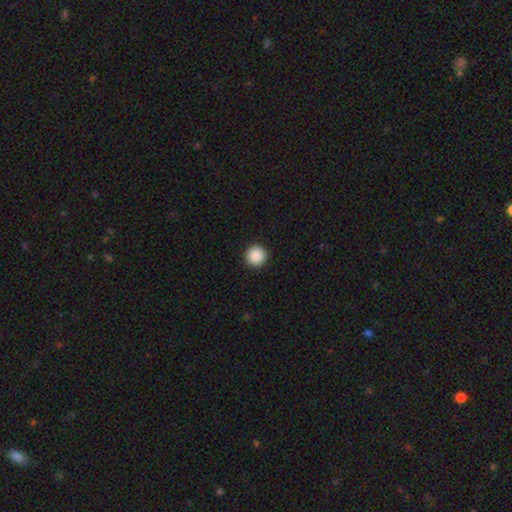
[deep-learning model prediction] A smooth galaxy with no disk features (88%) that is round (96%).

Vote fractions:
- Smooth or featured? smooth: 88% / star or artifact: 8% / featured or disk: 3%
- How rounded? round: 96% / in between: 3% / cigar-shaped: 1%
- Merging? none: 94% / minor disturbance: 4% / major disturbance: 1% / merger: 1%